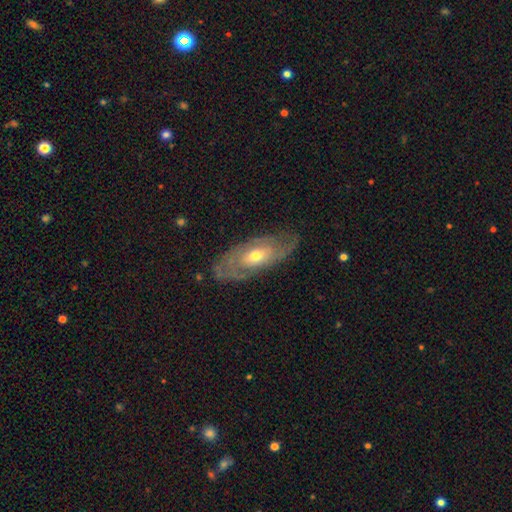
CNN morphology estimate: Smooth or featured? featured or disk (71%)
Edge-on disk? no (86%)
Bar? no (74%)
Spiral arms? yes (72%)
Bulge size? moderate (65%)
Merging? none (71%)